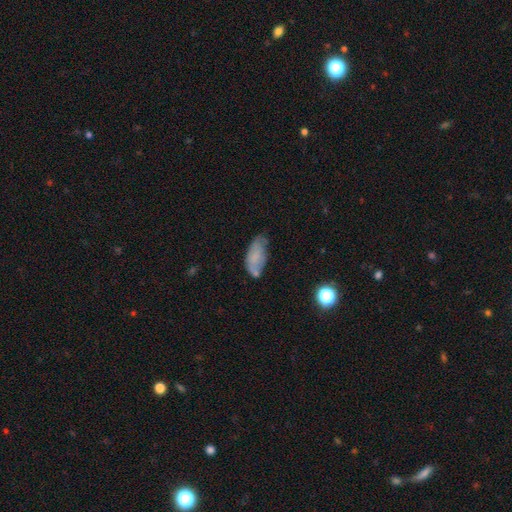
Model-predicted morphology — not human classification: smooth_or_featured: smooth (p=0.70) [alt: featured or disk p=0.22]
how_rounded: in between (p=0.90) [alt: cigar-shaped p=0.08]
merging: none (p=0.45) [alt: minor disturbance p=0.36]